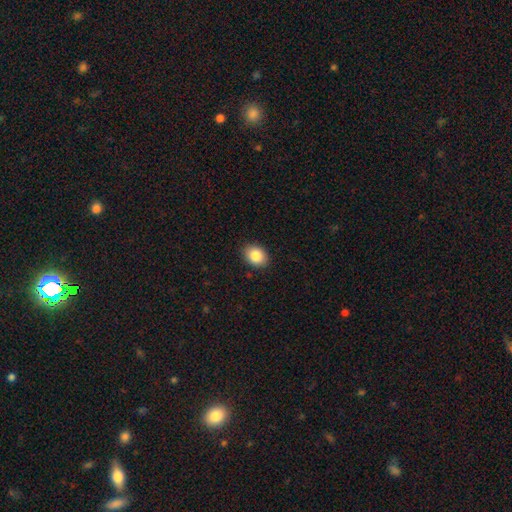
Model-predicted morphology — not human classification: smooth 85%, star or artifact 8%, featured or disk 6%. Down the decision tree: how rounded — in between (65%); merging — none (89%).